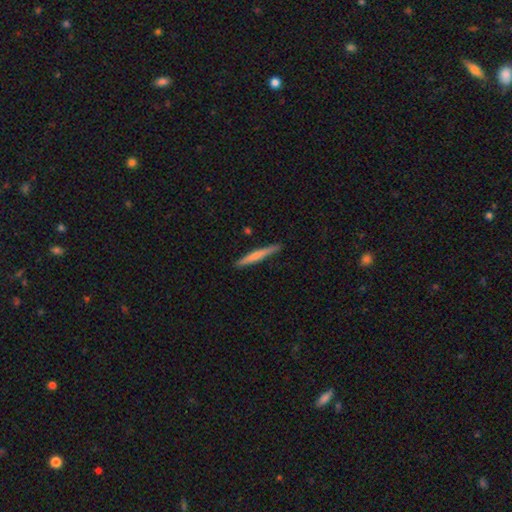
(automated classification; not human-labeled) Overall: smooth (58%; featured or disk 36%). How rounded: cigar-shaped (96%). Merging: none (89%).